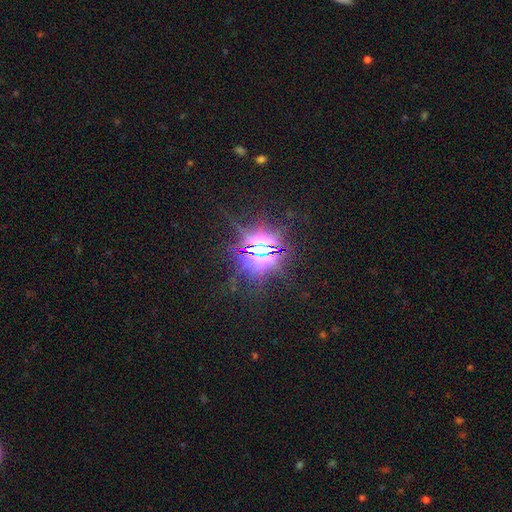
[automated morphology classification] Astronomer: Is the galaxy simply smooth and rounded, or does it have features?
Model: star or artifact — 86%.